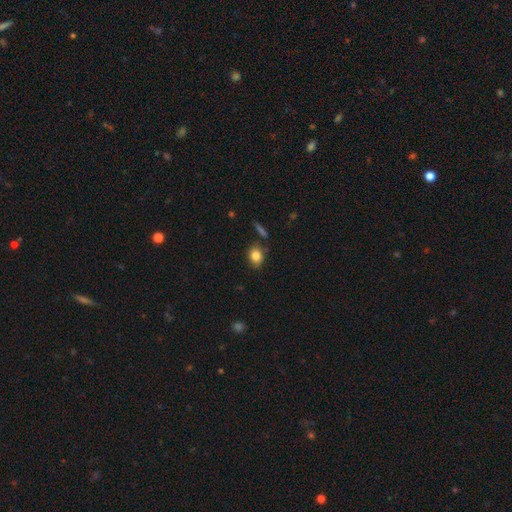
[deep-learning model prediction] A smooth galaxy with no disk features (83%) that is round (50%). Merging: none (76%).